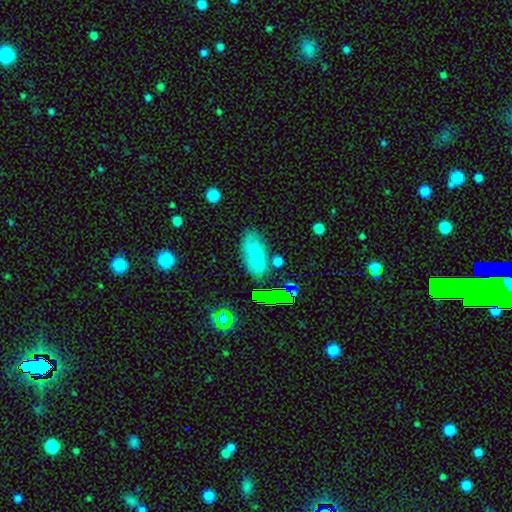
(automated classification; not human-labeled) smooth 74%, star or artifact 14%, featured or disk 11%. Down the decision tree: how rounded — in between (90%); merging — none (72%).